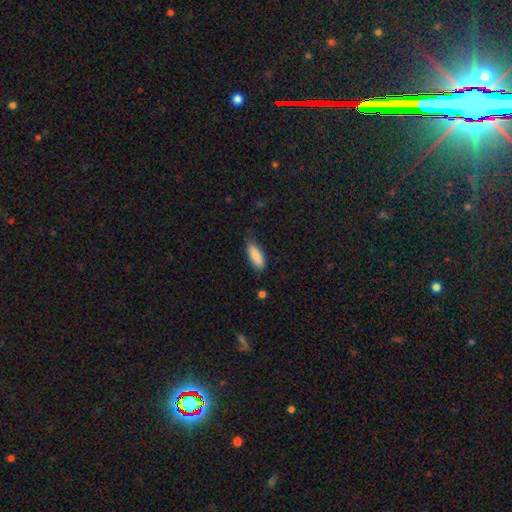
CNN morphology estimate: A smooth galaxy with no disk features (87%) that is in between round and cigar-shaped (66%). Merging: none (71%).